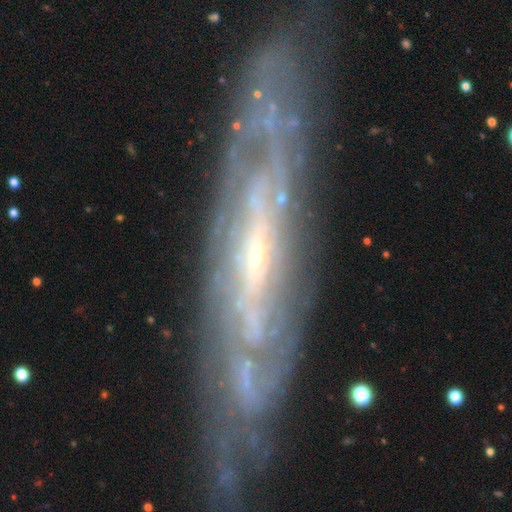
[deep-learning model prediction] featured or disk 81%, smooth 12%, star or artifact 7%. Down the decision tree: edge-on disk — no (62%); bar — no (47%); spiral arms — yes (80%); bulge size — small (71%); merging — none (71%).